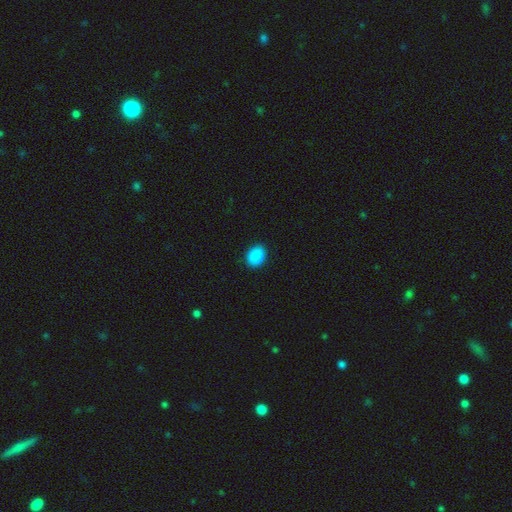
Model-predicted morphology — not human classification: This is clearly a smooth galaxy (89%). How rounded: likely in between (62%). Merging: clearly none (88%).